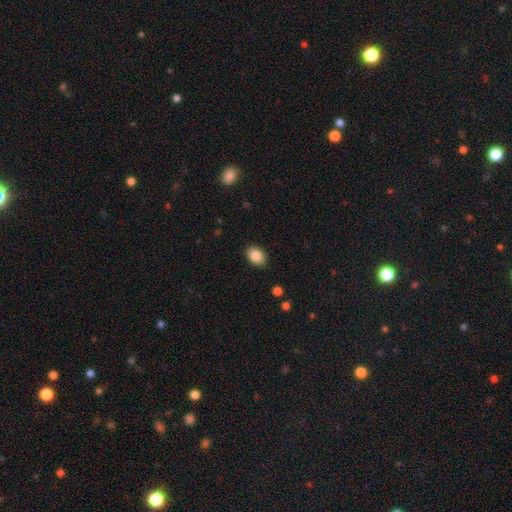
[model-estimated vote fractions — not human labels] smooth-or-featured: smooth: 85% | star or artifact: 8% | featured or disk: 7%
  how-rounded: in between: 78% | round: 21% | cigar-shaped: 1%
  merging: none: 89% | minor disturbance: 8% | major disturbance: 2% | merger: 1%